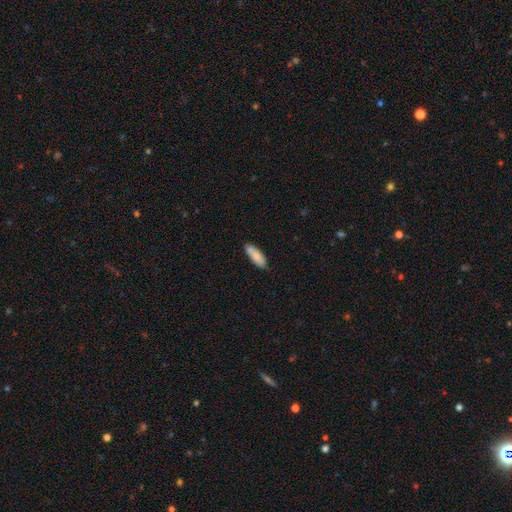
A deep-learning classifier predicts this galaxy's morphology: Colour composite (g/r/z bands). It shows a smooth galaxy with no disk features (81%) that is in between round and cigar-shaped (63%). Merging: none (69%).